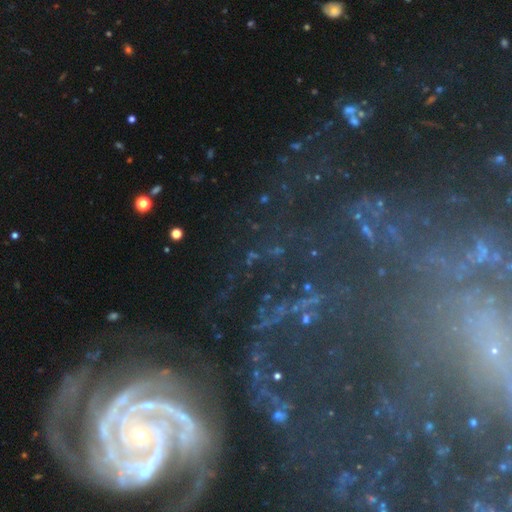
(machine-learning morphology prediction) Smooth or featured? Predicted: star or artifact (p=0.54).